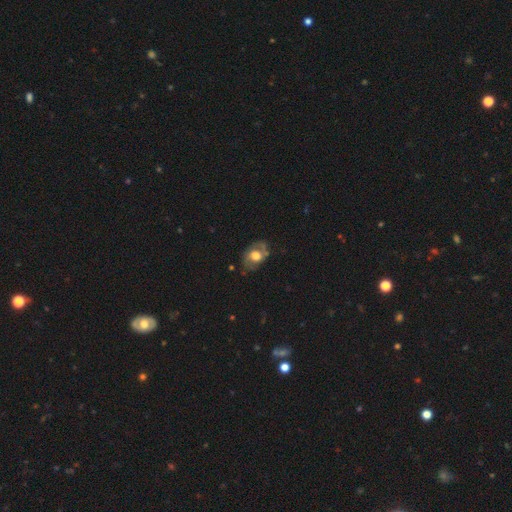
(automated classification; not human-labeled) Smooth or featured? Predicted: featured or disk (p=0.52). Edge-on disk? Predicted: no (p=0.94). Merging? Predicted: none (p=0.65).